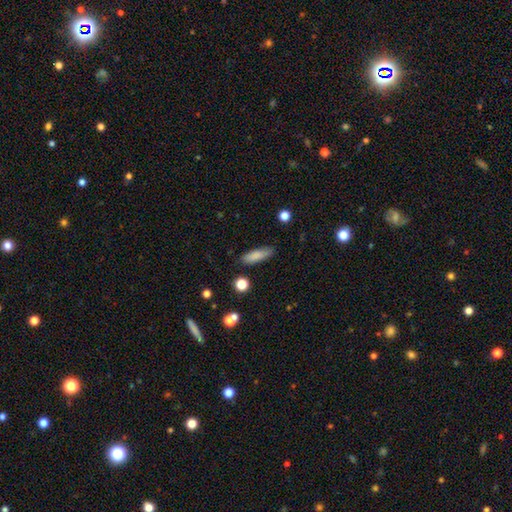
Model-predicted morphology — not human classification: Smooth or featured? smooth (83%)
How rounded? cigar-shaped (54%)
Merging? none (83%)